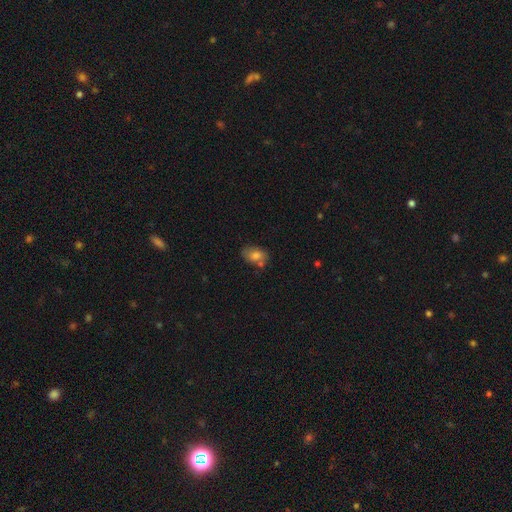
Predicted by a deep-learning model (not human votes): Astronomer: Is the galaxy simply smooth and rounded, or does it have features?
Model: smooth — 71%.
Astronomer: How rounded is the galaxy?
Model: in between — 83%.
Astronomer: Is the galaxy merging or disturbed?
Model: none — 58%.